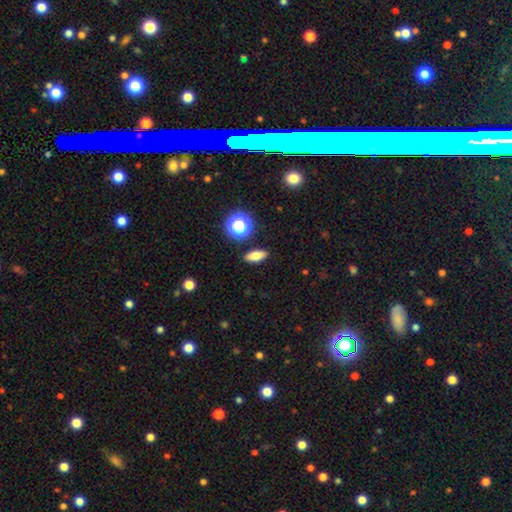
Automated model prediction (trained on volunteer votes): Q: Smooth or featured?
A: smooth (71%); runner-up: featured or disk (17%)
Q: How rounded?
A: in between (66%); runner-up: cigar-shaped (21%)
Q: Merging?
A: none (88%); runner-up: minor disturbance (7%)